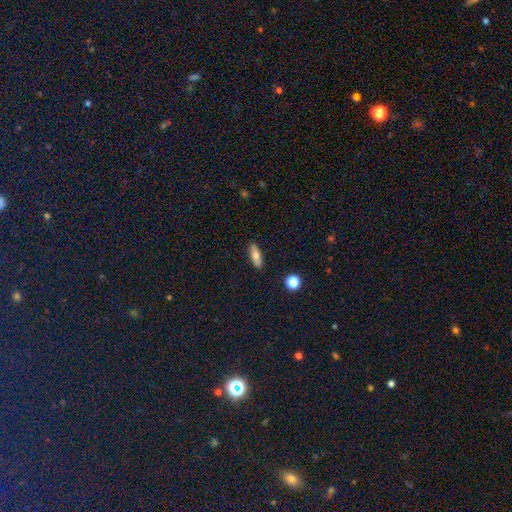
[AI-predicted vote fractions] The model was most divided on "how rounded": in between: 62%, cigar-shaped: 34%, round: 4%. More confident: merging — none (87%); smooth or featured — smooth (68%).